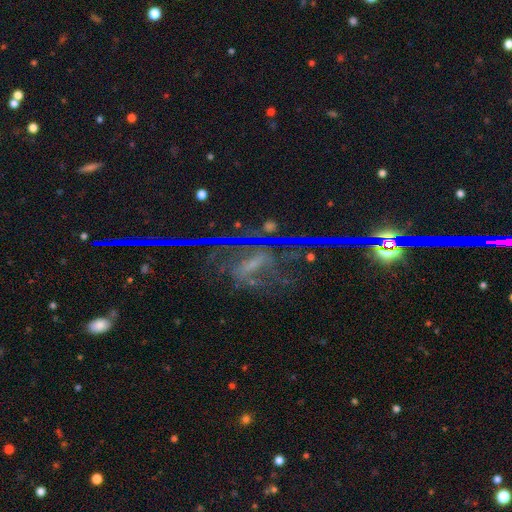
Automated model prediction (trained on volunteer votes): Smooth or featured?
  - star or artifact: 76% *
  - featured or disk: 15%
  - smooth: 8%